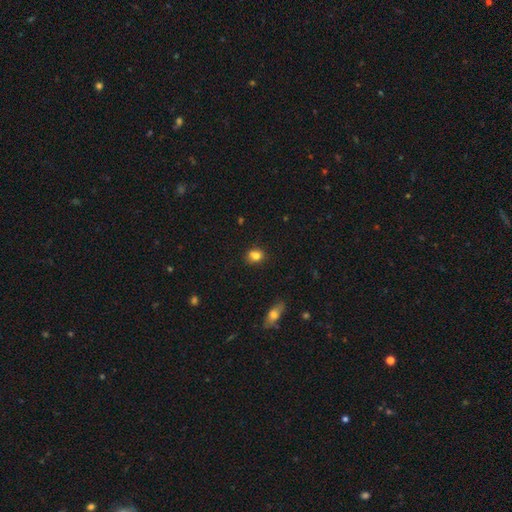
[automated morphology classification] Smooth or featured?
  - smooth: 79% *
  - star or artifact: 11%
  - featured or disk: 10%
How rounded?
  - round: 55% *
  - in between: 43%
  - cigar-shaped: 2%
Merging?
  - none: 64% *
  - minor disturbance: 19%
  - merger: 13%
  - major disturbance: 4%